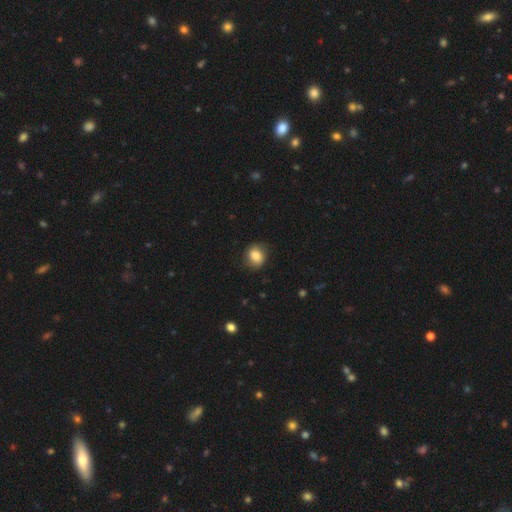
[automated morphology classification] Smooth or featured: smooth — 82% (featured or disk — 10%)
How rounded: round — 58% (in between — 41%)
Merging: none — 79% (minor disturbance — 16%)